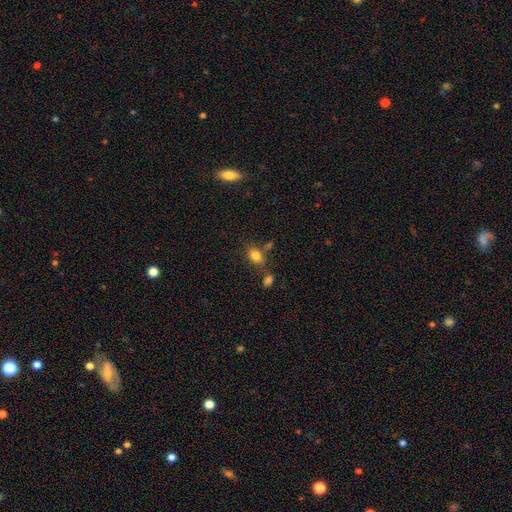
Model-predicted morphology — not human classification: Smooth or featured?
  - smooth: 81% *
  - star or artifact: 11%
  - featured or disk: 8%
How rounded?
  - in between: 77% *
  - round: 21%
  - cigar-shaped: 2%
Merging?
  - none: 65% *
  - merger: 15%
  - minor disturbance: 15%
  - major disturbance: 5%